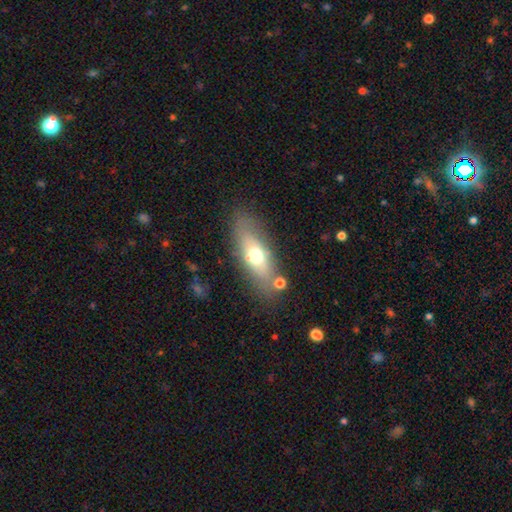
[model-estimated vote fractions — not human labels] smooth-or-featured: smooth: 56% | featured or disk: 35% | star or artifact: 9%
  how-rounded: in between: 64% | cigar-shaped: 31% | round: 6%
  merging: none: 74% | minor disturbance: 13% | merger: 7% | major disturbance: 6%